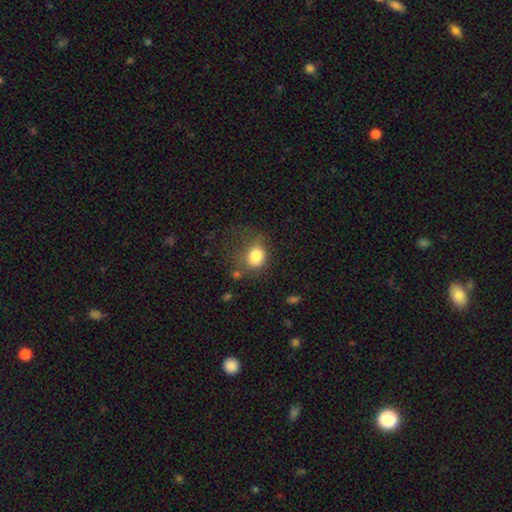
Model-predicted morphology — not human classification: Smooth or featured? smooth (80%)
How rounded? round (55%)
Merging? none (45%)